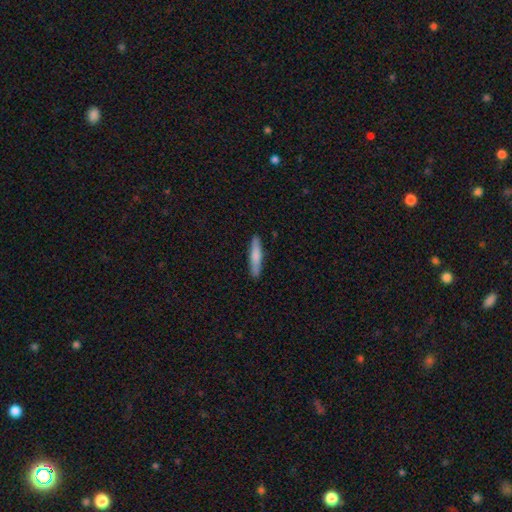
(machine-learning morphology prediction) A smooth galaxy with no disk features (73%) that is cigar-shaped (89%). Merging: none (89%).